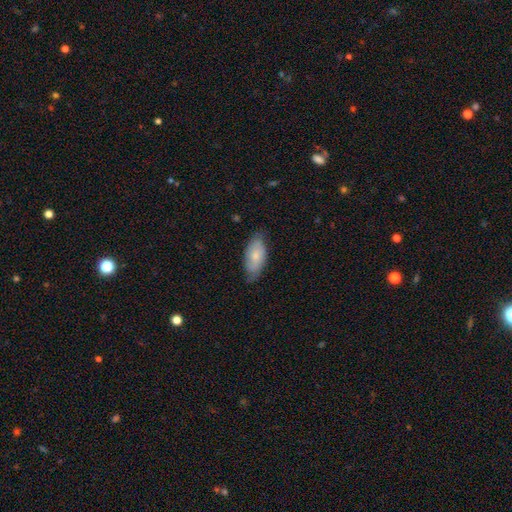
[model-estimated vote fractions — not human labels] A smooth galaxy with no disk features (65%) that is in between round and cigar-shaped (90%).

Vote fractions:
- Smooth or featured? smooth: 65% / featured or disk: 29% / star or artifact: 6%
- How rounded? in between: 90% / cigar-shaped: 8% / round: 2%
- Merging? none: 68% / minor disturbance: 26% / major disturbance: 5% / merger: 1%